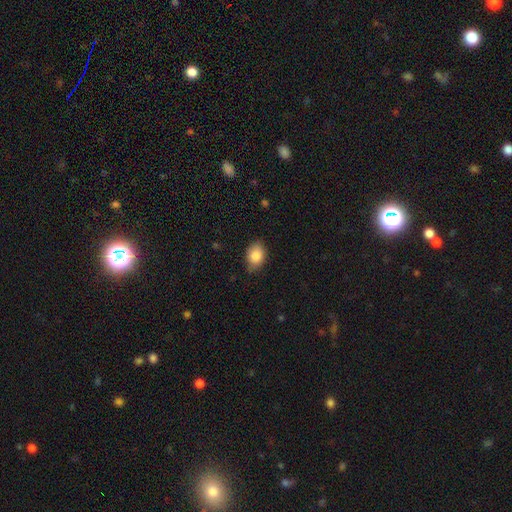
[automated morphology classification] smooth 85%, star or artifact 8%, featured or disk 7%. Down the decision tree: how rounded — in between (74%); merging — none (75%).